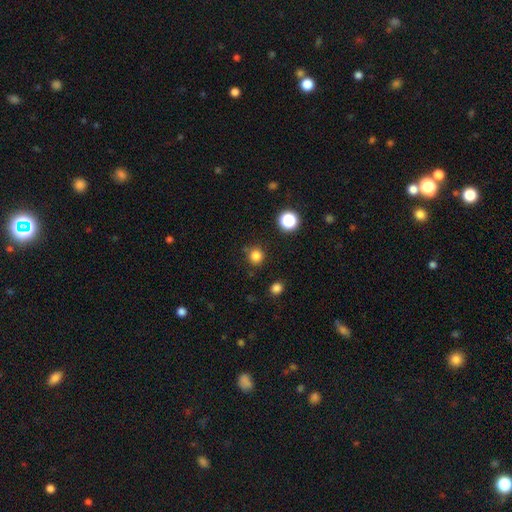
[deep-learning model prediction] smooth_or_featured: smooth (p=0.81) [alt: star or artifact p=0.15]
how_rounded: round (p=0.93) [alt: in between p=0.06]
merging: none (p=0.83) [alt: minor disturbance p=0.10]